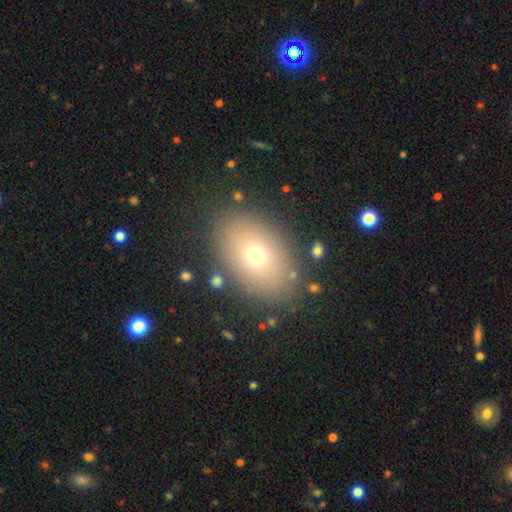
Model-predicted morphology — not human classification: A smooth galaxy with no disk features (70%) that is in between round and cigar-shaped (80%).

Vote fractions:
- Smooth or featured? smooth: 70% / featured or disk: 17% / star or artifact: 13%
- How rounded? in between: 80% / round: 19% / cigar-shaped: 1%
- Merging? none: 84% / minor disturbance: 9% / major disturbance: 4% / merger: 2%